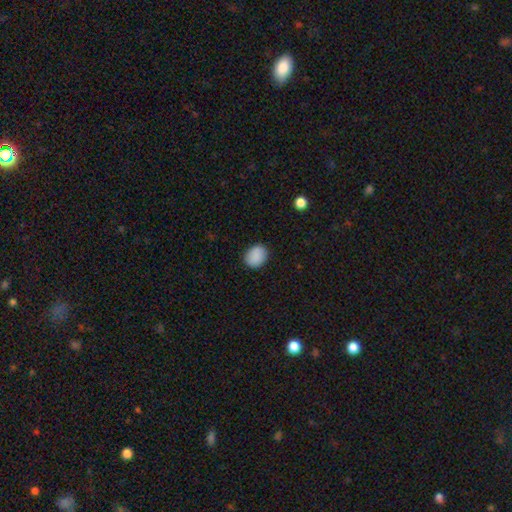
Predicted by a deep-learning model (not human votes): The model was most divided on "how rounded": round: 52%, in between: 47%, cigar-shaped: 1%. More confident: smooth or featured — smooth (89%); merging — none (87%).